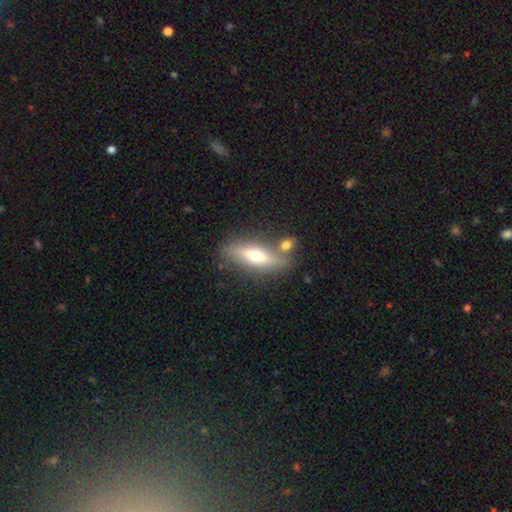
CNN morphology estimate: Smooth or featured?
  - smooth: 51% *
  - featured or disk: 42%
  - star or artifact: 7%
How rounded?
  - cigar-shaped: 59% *
  - in between: 39%
  - round: 2%
Merging?
  - none: 71% *
  - minor disturbance: 14%
  - merger: 11%
  - major disturbance: 4%